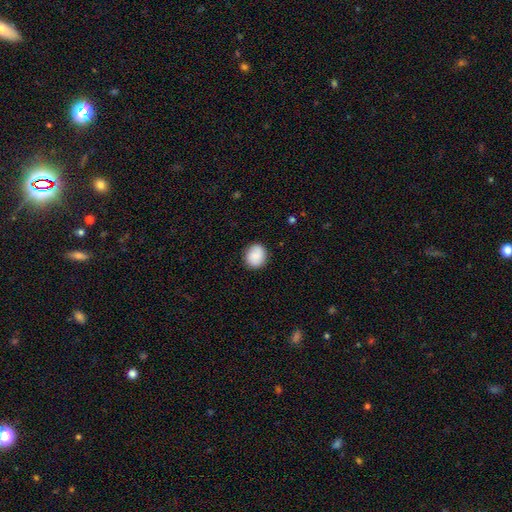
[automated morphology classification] Smooth or featured? Predicted: smooth (p=0.87). How rounded? Predicted: round (p=0.77). Merging? Predicted: none (p=0.87).